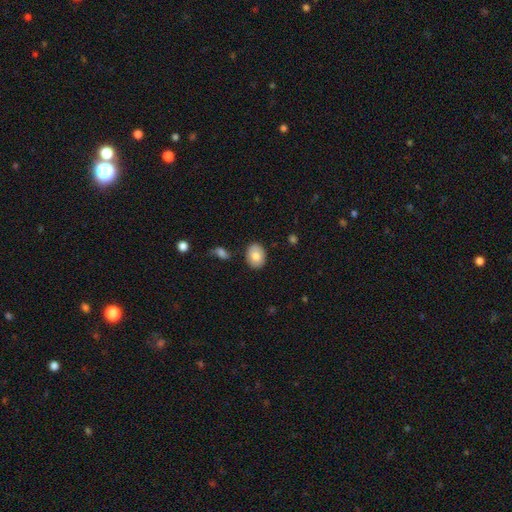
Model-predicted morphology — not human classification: smooth 78%, featured or disk 15%, star or artifact 7%. Down the decision tree: how rounded — in between (65%); merging — none (85%).